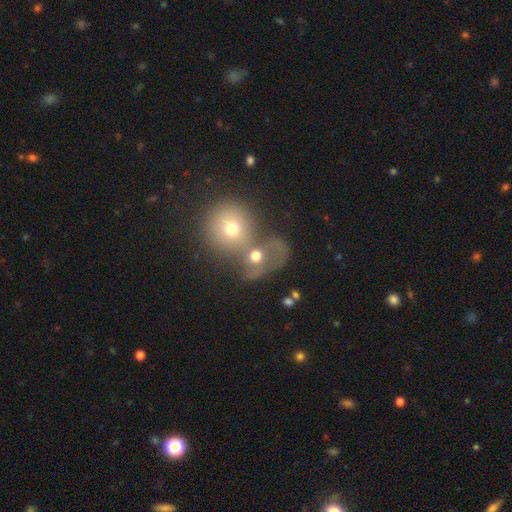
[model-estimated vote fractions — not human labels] Smooth or featured: smooth — 61% (featured or disk — 25%)
How rounded: round — 66% (in between — 33%)
Merging: merger — 64% (none — 21%)